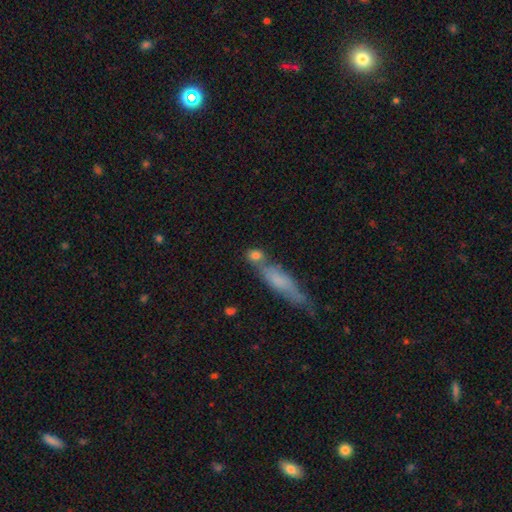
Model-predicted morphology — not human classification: The model was most divided on "how rounded": round: 43%, in between: 40%, cigar-shaped: 18%. More confident: smooth or featured — smooth (77%); merging — none (53%).